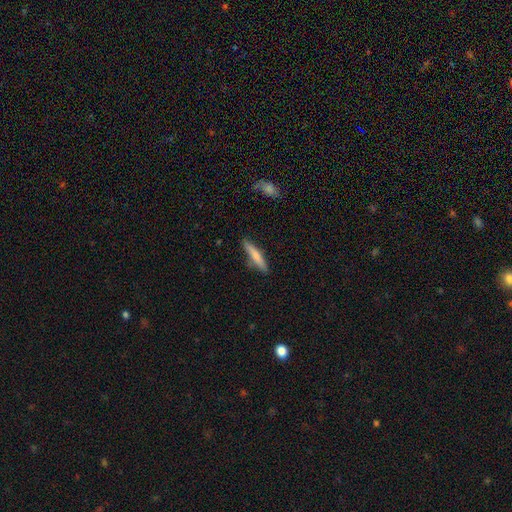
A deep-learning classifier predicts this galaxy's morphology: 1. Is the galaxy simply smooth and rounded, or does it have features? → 69% smooth, 26% featured or disk, 6% star or artifact.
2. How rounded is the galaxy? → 89% cigar-shaped, 10% in between, 1% round.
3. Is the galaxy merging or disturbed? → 85% none, 11% minor disturbance, 2% merger, 2% major disturbance.